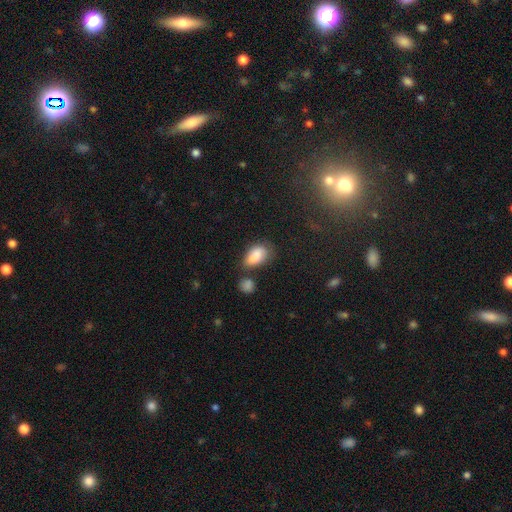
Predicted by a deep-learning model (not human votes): smooth 85%, star or artifact 8%, featured or disk 7%. Down the decision tree: how rounded — in between (90%); merging — none (49%).